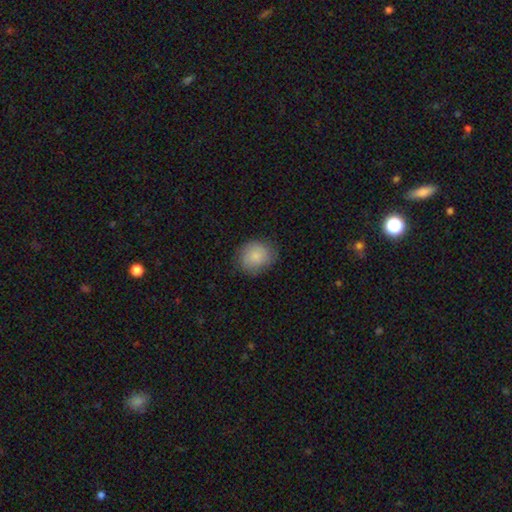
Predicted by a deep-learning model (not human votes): Smooth or featured: smooth — 81% (featured or disk — 12%)
How rounded: round — 69% (in between — 30%)
Merging: none — 77% (minor disturbance — 17%)